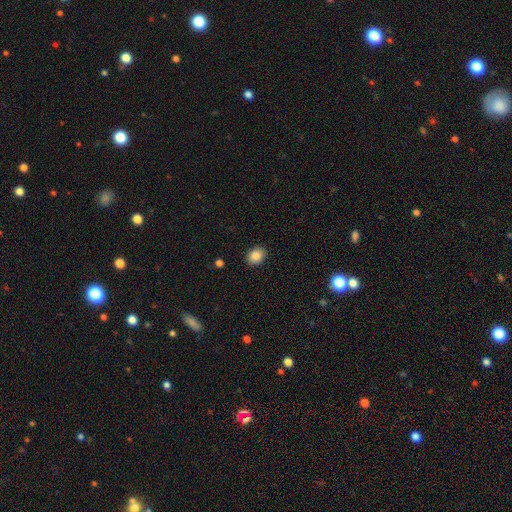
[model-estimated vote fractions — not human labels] A smooth galaxy with no disk features (86%) that is in between round and cigar-shaped (66%). Merging: none (90%).